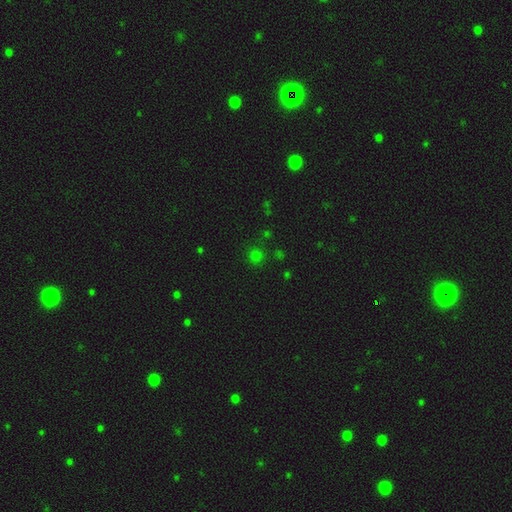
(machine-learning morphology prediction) Overall: smooth (69%). How rounded: round (90%). Merging: none (82%).